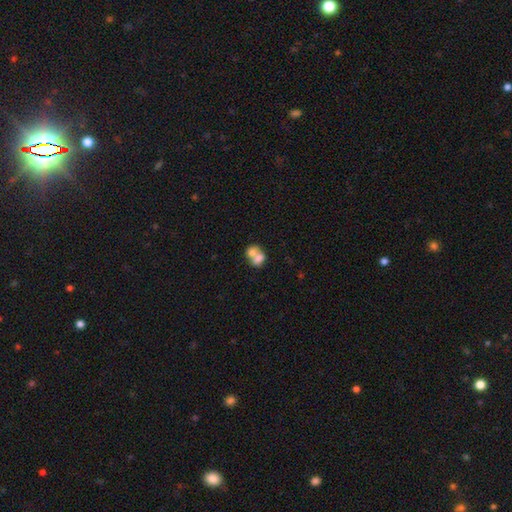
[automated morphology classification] Q: Smooth or featured?
A: smooth (70%); runner-up: featured or disk (22%)
Q: How rounded?
A: in between (57%); runner-up: round (42%)
Q: Merging?
A: merger (71%); runner-up: none (20%)